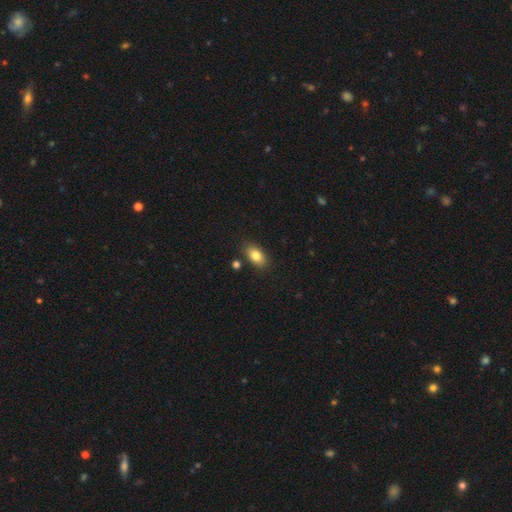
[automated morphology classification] smooth-or-featured: smooth: 81% | featured or disk: 11% | star or artifact: 8%
  how-rounded: in between: 88% | round: 9% | cigar-shaped: 3%
  merging: none: 82% | minor disturbance: 11% | merger: 4% | major disturbance: 3%